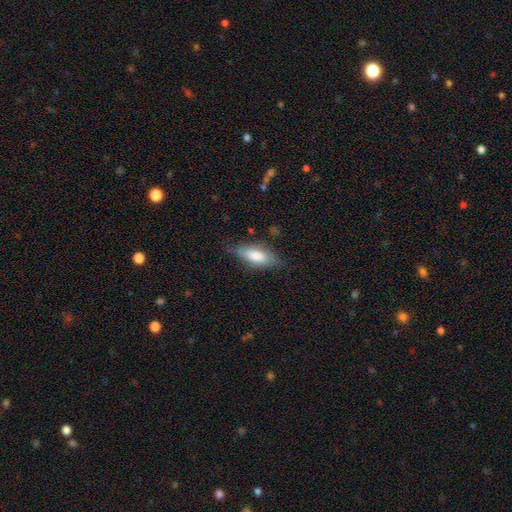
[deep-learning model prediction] Q: Smooth or featured?
A: smooth (70%); runner-up: featured or disk (24%)
Q: How rounded?
A: in between (63%); runner-up: cigar-shaped (35%)
Q: Merging?
A: none (75%); runner-up: minor disturbance (20%)